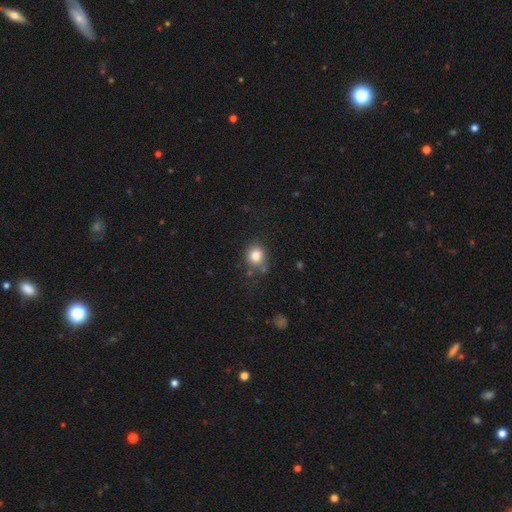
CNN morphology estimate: smooth_or_featured: smooth (p=0.83) [alt: star or artifact p=0.10]
how_rounded: round (p=0.76) [alt: in between p=0.23]
merging: none (p=0.69) [alt: minor disturbance p=0.18]